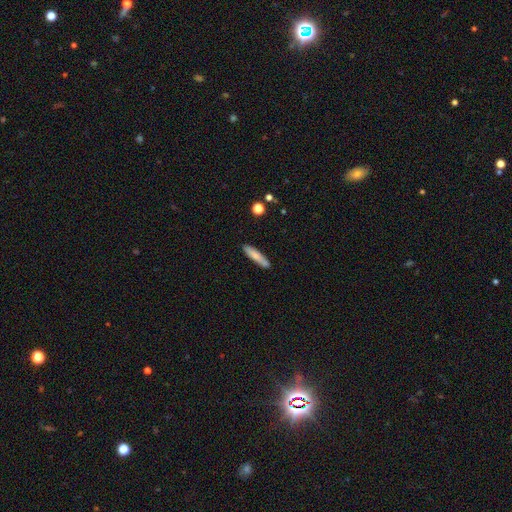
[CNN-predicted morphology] type=smooth (78%); roundness=cigar-shaped (84%); merging=none (86%).